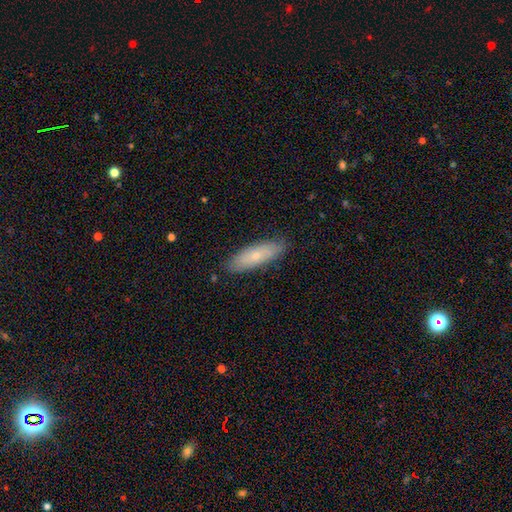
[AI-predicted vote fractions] smooth-or-featured: smooth: 64% | featured or disk: 30% | star or artifact: 6%
  how-rounded: in between: 53% | cigar-shaped: 45% | round: 2%
  merging: none: 84% | minor disturbance: 13% | major disturbance: 2% | merger: 1%